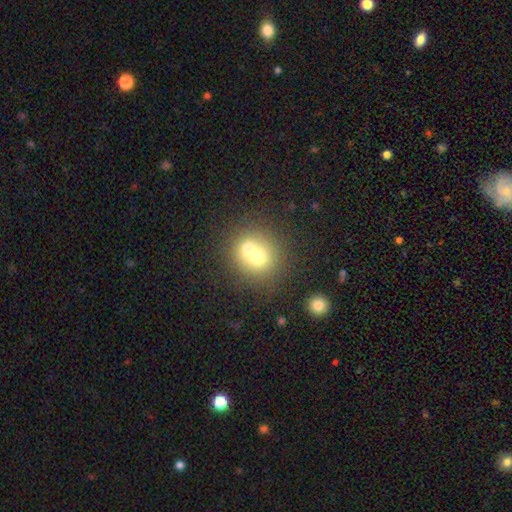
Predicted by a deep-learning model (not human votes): The model was most divided on "merging": merger: 60%, none: 30%, minor disturbance: 6%, major disturbance: 3%. More confident: how rounded — round (83%); smooth or featured — smooth (66%).